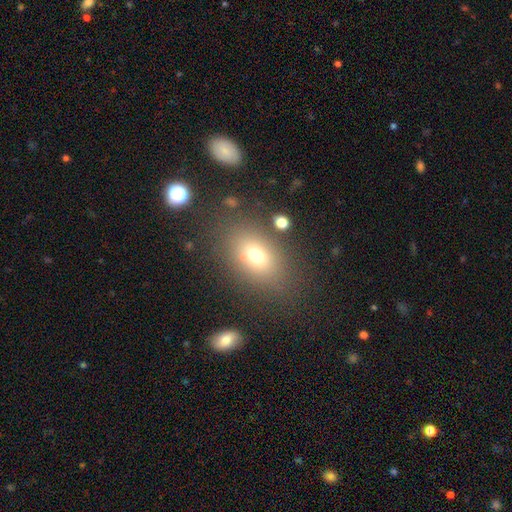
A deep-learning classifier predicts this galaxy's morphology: This is likely a smooth galaxy (70%). How rounded: likely in between (73%). Merging: likely none (77%).